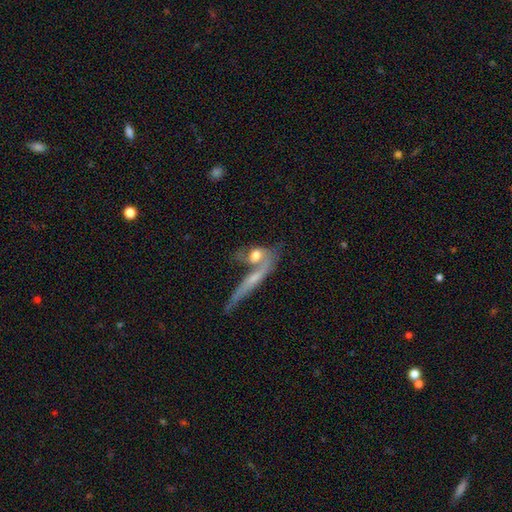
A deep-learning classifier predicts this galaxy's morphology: This appears to be a smooth galaxy with no disk features (51%) that is in between round and cigar-shaped (53%). Merging: merger (56%).